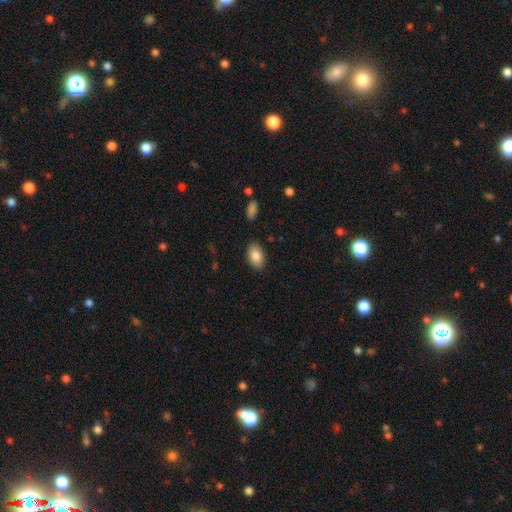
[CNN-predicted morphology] Q: Smooth or featured?
A: smooth (86%); runner-up: featured or disk (7%)
Q: How rounded?
A: in between (90%); runner-up: round (9%)
Q: Merging?
A: none (86%); runner-up: minor disturbance (10%)